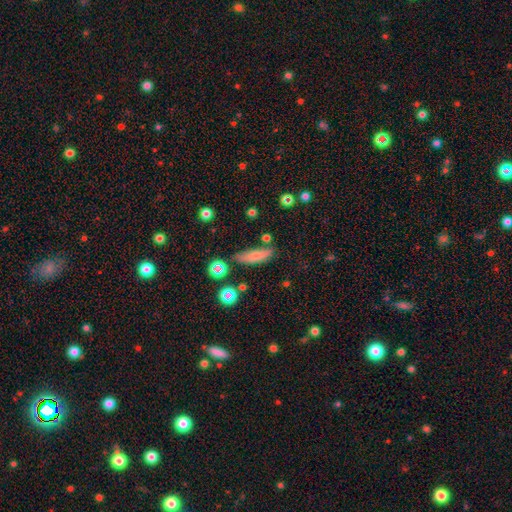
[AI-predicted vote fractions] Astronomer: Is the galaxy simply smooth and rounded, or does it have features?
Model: smooth — 73%.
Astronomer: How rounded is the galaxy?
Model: cigar-shaped — 57% (runner-up: in between, 40%).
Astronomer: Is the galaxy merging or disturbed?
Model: none — 72%.